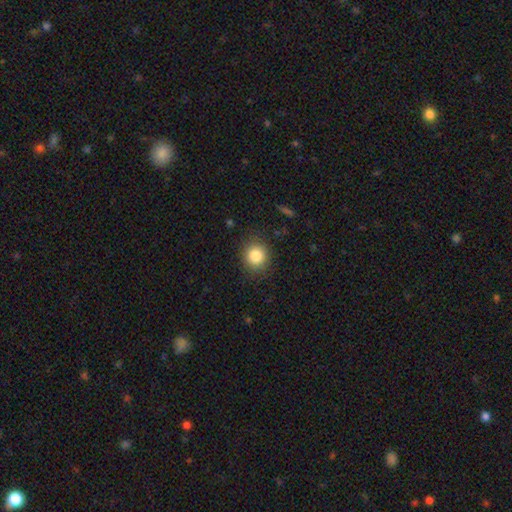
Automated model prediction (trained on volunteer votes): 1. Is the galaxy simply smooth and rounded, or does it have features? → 84% smooth, 10% star or artifact, 6% featured or disk.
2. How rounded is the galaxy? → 85% round, 14% in between, 1% cigar-shaped.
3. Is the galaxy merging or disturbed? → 88% none, 8% minor disturbance, 3% major disturbance, 1% merger.